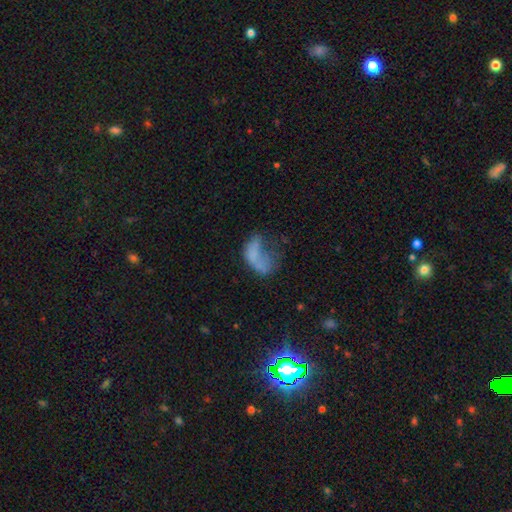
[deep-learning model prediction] A smooth galaxy with no disk features (50%) that is in between round and cigar-shaped (85%).

Vote fractions:
- Smooth or featured? smooth: 50% / featured or disk: 35% / star or artifact: 15%
- How rounded? in between: 85% / round: 12% / cigar-shaped: 3%
- Merging? major disturbance: 50% / none: 21% / minor disturbance: 18% / merger: 11%